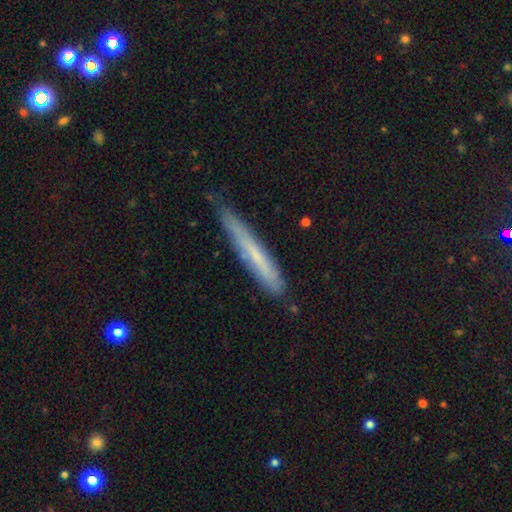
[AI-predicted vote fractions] A smooth galaxy with no disk features (53%) that is cigar-shaped (96%).

Vote fractions:
- Smooth or featured? smooth: 53% / featured or disk: 39% / star or artifact: 8%
- How rounded? cigar-shaped: 96% / in between: 3% / round: 1%
- Merging? none: 72% / minor disturbance: 23% / major disturbance: 4% / merger: 2%